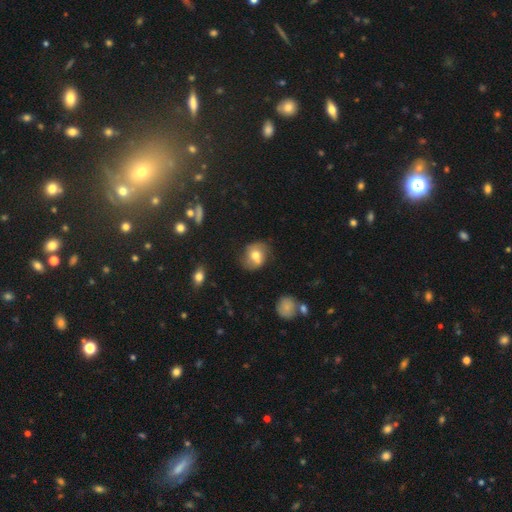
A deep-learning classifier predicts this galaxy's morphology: type=smooth (53%); roundness=round (55%); merging=none (61%).